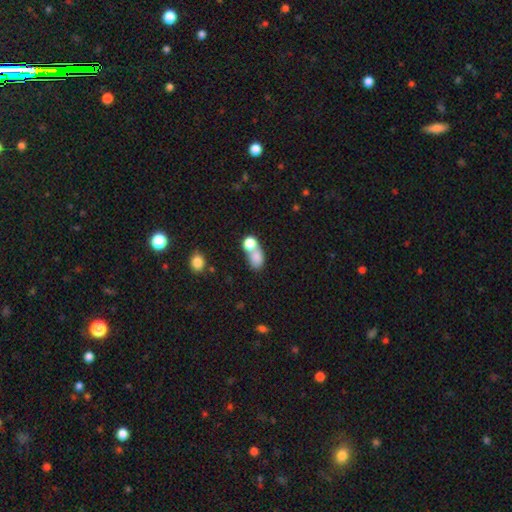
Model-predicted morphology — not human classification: Smooth or featured? smooth (78%)
How rounded? in between (65%)
Merging? merger (58%)